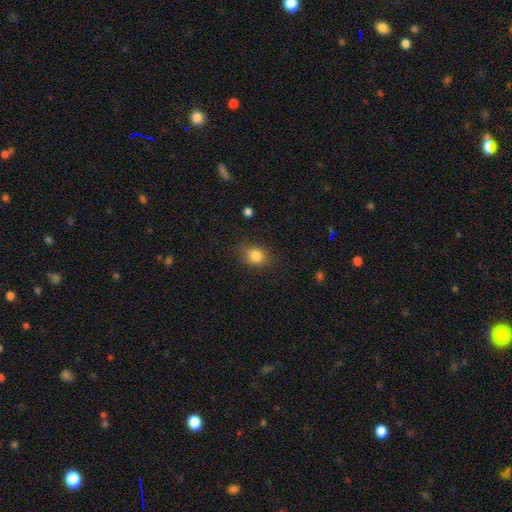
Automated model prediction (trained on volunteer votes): This is clearly a smooth galaxy (83%). How rounded: possibly round (52%). Merging: likely none (78%).